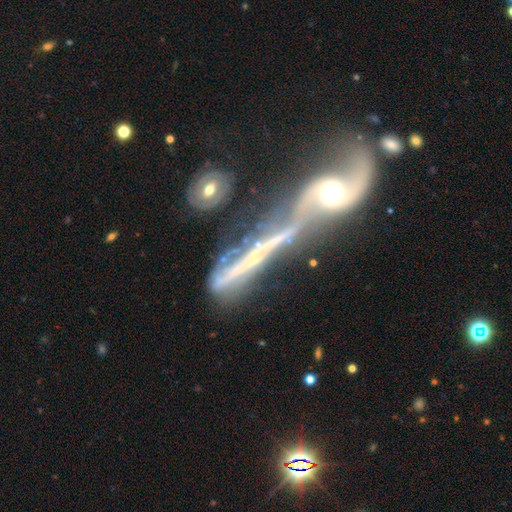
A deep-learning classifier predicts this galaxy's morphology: Overall: featured or disk (74%). Edge-on disk: yes (52%; no 48%). Merging: merger (50%; none 22%).